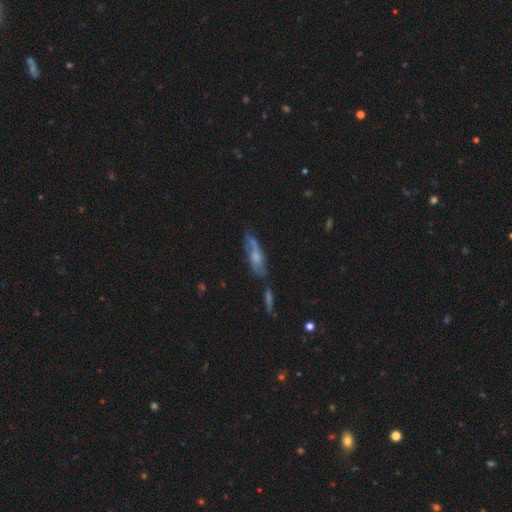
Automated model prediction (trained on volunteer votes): A featured or disk galaxy (49%). Merging: none (51%).